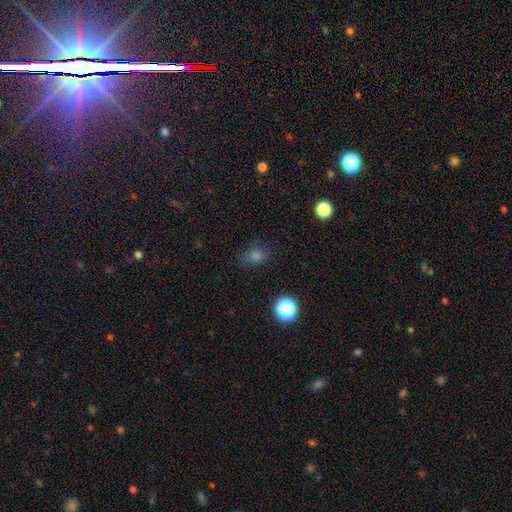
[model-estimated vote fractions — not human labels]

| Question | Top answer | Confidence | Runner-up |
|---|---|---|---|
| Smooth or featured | smooth | 71% | star or artifact (22%) |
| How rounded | round | 58% | in between (41%) |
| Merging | none | 75% | minor disturbance (17%) |